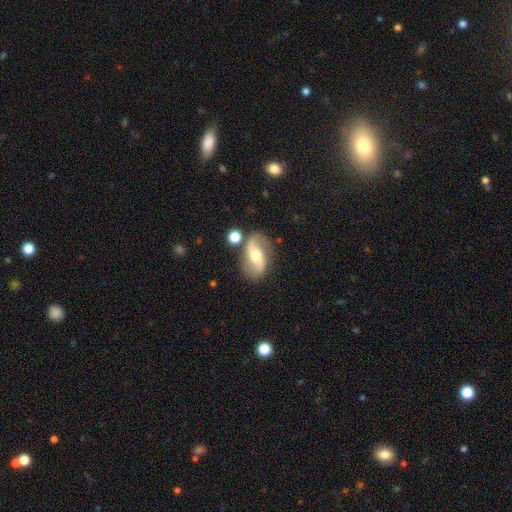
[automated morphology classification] This is likely a featured or disk galaxy (76%). It is clearly not viewed edge-on (95%). Bar: marginally no (40%). Spiral arm pattern: clearly yes (90%). Spiral arm count: clearly 2 (91%). Spiral winding: likely loose (66%). Central bulge: likely moderate (65%). Merging: likely none (75%).